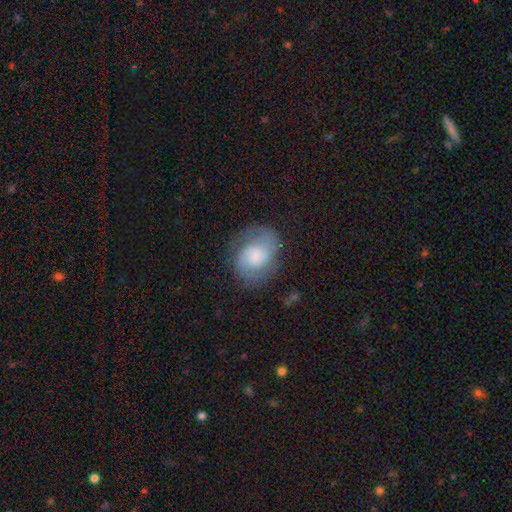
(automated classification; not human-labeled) Q: Smooth or featured?
A: featured or disk (66%); runner-up: smooth (27%)
Q: Edge-on disk?
A: no (98%); runner-up: yes (2%)
Q: Bar?
A: no (52%); runner-up: weak (41%)
Q: Spiral arms?
A: yes (91%); runner-up: no (9%)
Q: Spiral winding?
A: medium (48%); runner-up: tight (32%)
Q: Spiral arm count?
A: 2 (80%); runner-up: can't tell (10%)
Q: Bulge size?
A: moderate (33%); runner-up: small (25%)
Q: Merging?
A: none (66%); runner-up: minor disturbance (21%)